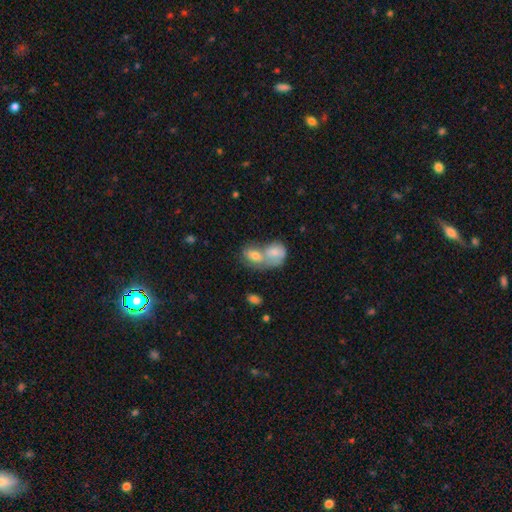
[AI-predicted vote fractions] This is possibly a smooth galaxy (52%). How rounded: possibly in between (47%, tied with round). Merging: possibly merger (53%).